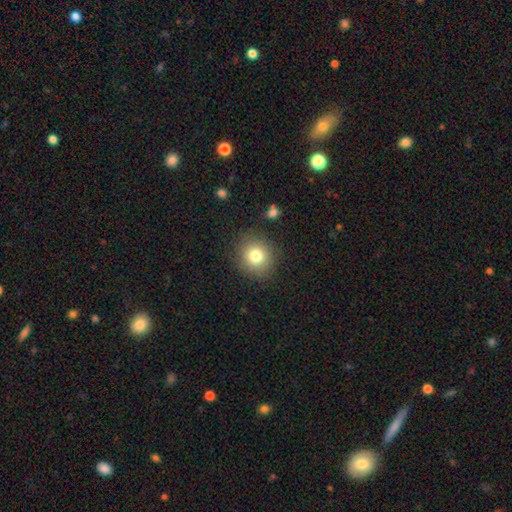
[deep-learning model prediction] smooth 78%, star or artifact 12%, featured or disk 10%. Down the decision tree: how rounded — round (87%); merging — none (87%).